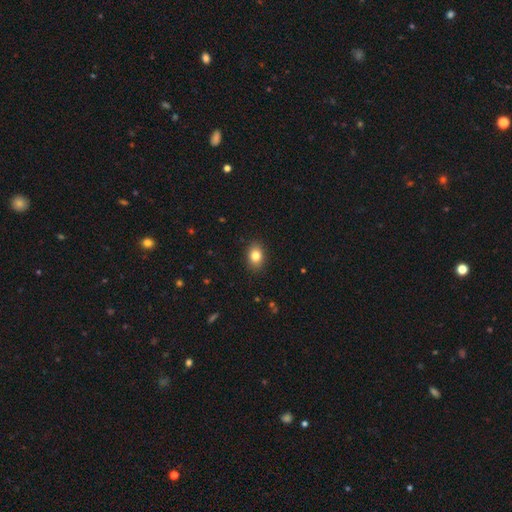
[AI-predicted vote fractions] The model was most divided on "how rounded": in between: 70%, round: 29%, cigar-shaped: 1%. More confident: merging — none (89%); smooth or featured — smooth (82%).